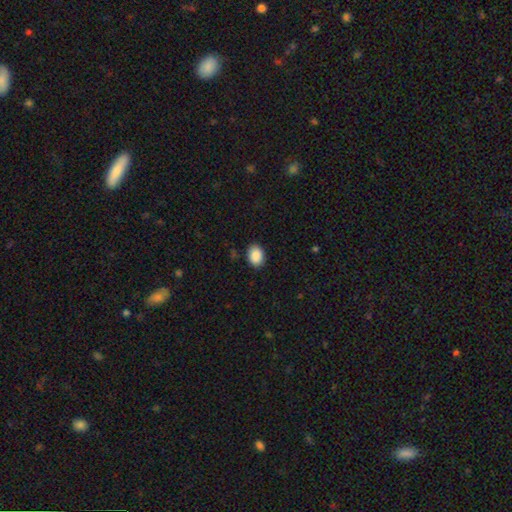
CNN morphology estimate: A smooth galaxy with no disk features (90%) that is in between round and cigar-shaped (72%). Merging: none (88%).